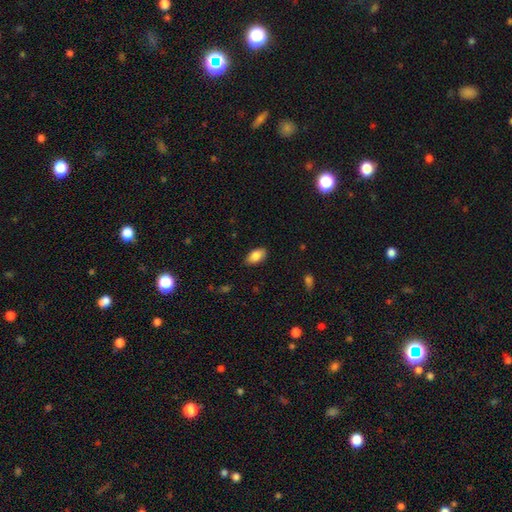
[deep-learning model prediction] Smooth or featured: smooth — 85% (featured or disk — 8%)
How rounded: in between — 93% (round — 4%)
Merging: none — 86% (minor disturbance — 10%)